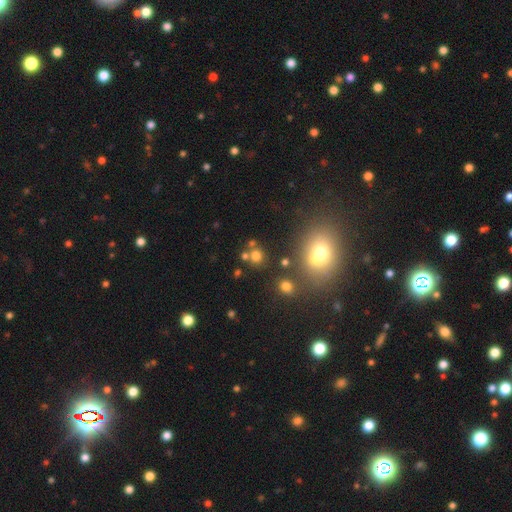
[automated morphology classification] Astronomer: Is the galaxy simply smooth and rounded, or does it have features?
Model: smooth — 69%.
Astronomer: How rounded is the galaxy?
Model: round — 86%.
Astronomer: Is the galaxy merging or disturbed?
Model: none — 69%.